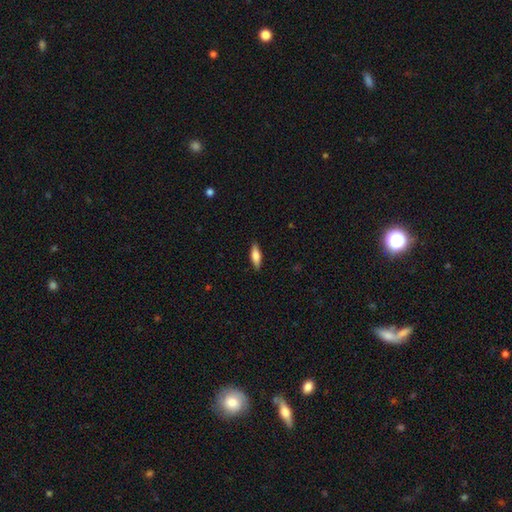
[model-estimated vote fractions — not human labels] smooth 70%, featured or disk 24%, star or artifact 6%. Down the decision tree: how rounded — in between (54%); merging — none (87%).